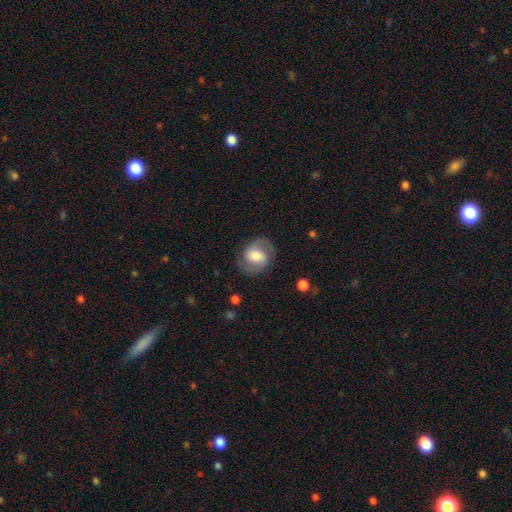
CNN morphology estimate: type=featured or disk (68%); edge-on=no (97%); bar=weak (42%); spiral arms=yes (90%); winding=medium (52%); arm count=2 (90%); bulge=moderate (49%); merging=none (80%).